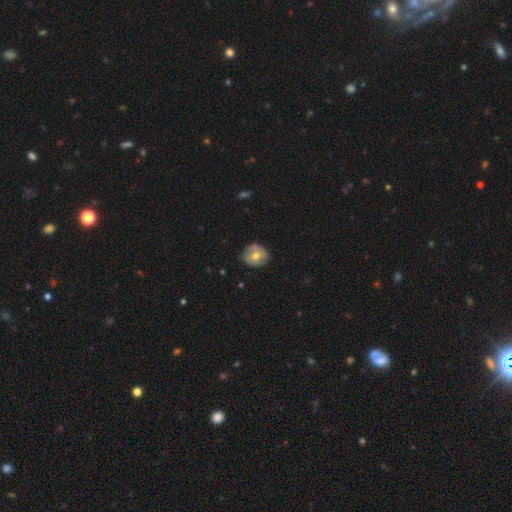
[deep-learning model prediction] Smooth or featured? Predicted: smooth (p=0.59). How rounded? Predicted: round (p=0.78). Merging? Predicted: none (p=0.72).